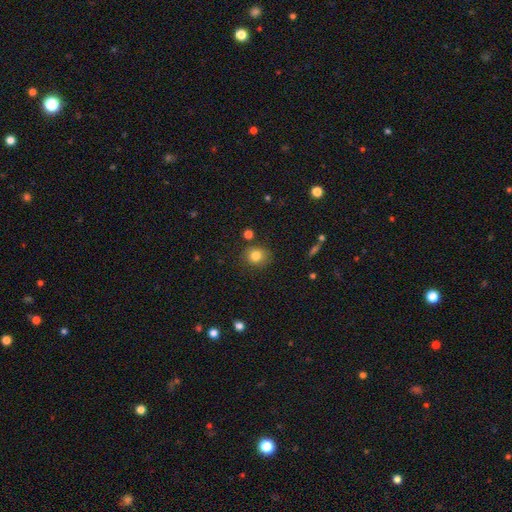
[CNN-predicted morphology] A smooth galaxy with no disk features (81%) that is round (71%). Merging: none (81%).